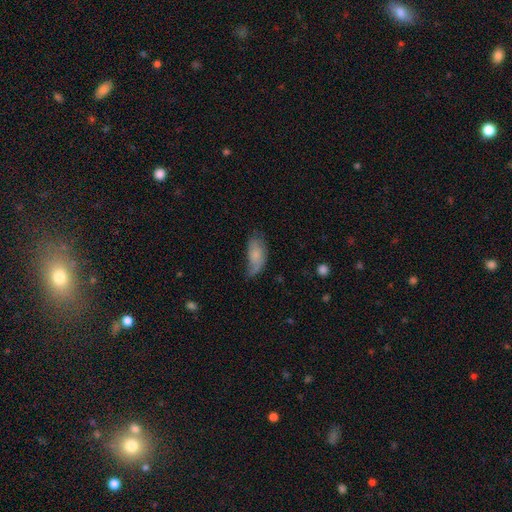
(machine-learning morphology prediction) The model was most divided on "merging": none: 39%, minor disturbance: 37%, major disturbance: 21%, merger: 3%. More confident: how rounded — in between (89%); smooth or featured — smooth (68%).